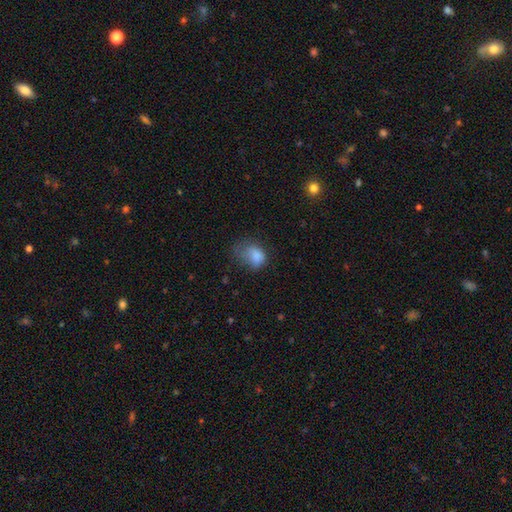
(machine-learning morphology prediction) The model was most divided on "merging": major disturbance: 38%, minor disturbance: 34%, none: 25%, merger: 3%. More confident: smooth or featured — smooth (80%); how rounded — in between (68%).